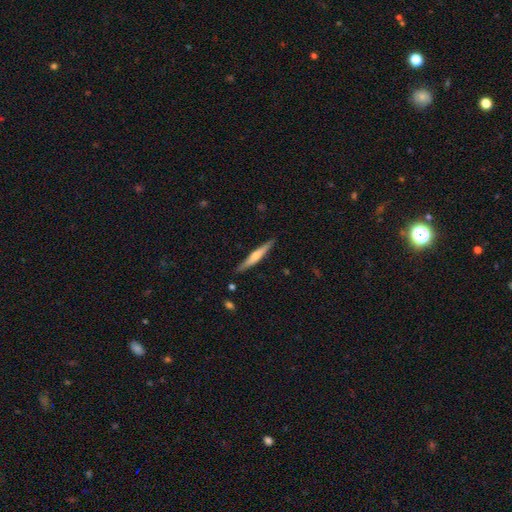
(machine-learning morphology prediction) type=featured or disk (54%); edge-on=yes (97%); edge-on bulge=rounded (72%); merging=none (88%).